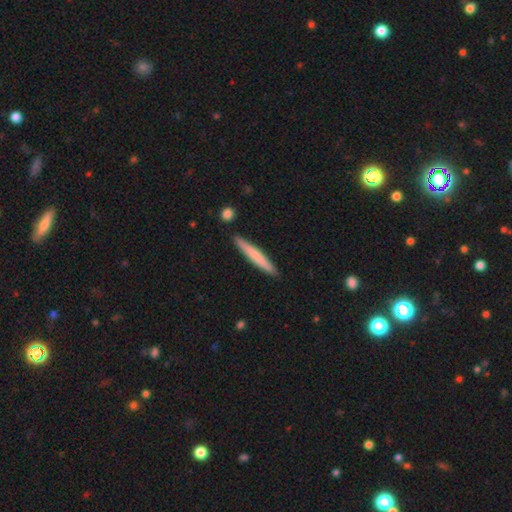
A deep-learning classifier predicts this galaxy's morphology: smooth_or_featured: smooth (p=0.68) [alt: featured or disk p=0.27]
how_rounded: cigar-shaped (p=0.96) [alt: in between p=0.03]
merging: none (p=0.90) [alt: minor disturbance p=0.07]